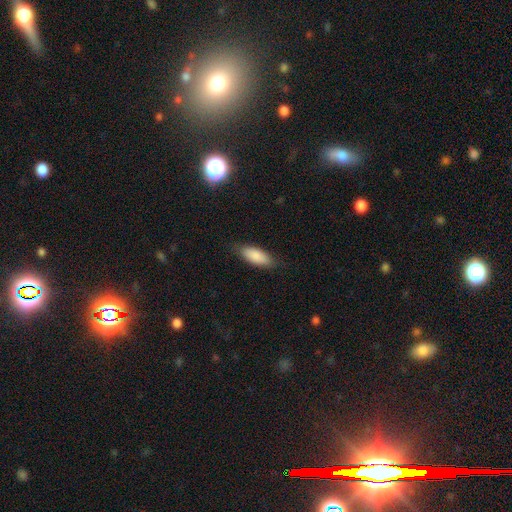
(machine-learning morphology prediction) smooth-or-featured: smooth: 87% | featured or disk: 7% | star or artifact: 6%
  how-rounded: in between: 77% | cigar-shaped: 21% | round: 2%
  merging: none: 82% | minor disturbance: 14% | major disturbance: 3% | merger: 1%